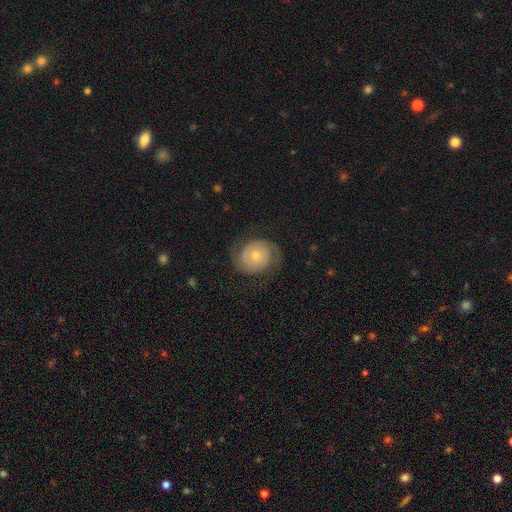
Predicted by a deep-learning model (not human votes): smooth_or_featured: featured or disk (p=0.72) [alt: smooth p=0.21]
disk_edge_on: no (p=0.98) [alt: yes p=0.02]
bar: no (p=0.81) [alt: weak p=0.16]
has_spiral_arms: yes (p=0.89) [alt: no p=0.11]
spiral_winding: tight (p=0.50) [alt: medium p=0.34]
spiral_arm_count: 2 (p=0.85) [alt: can't tell p=0.08]
bulge_size: small (p=0.49) [alt: moderate p=0.46]
merging: none (p=0.76) [alt: minor disturbance p=0.14]